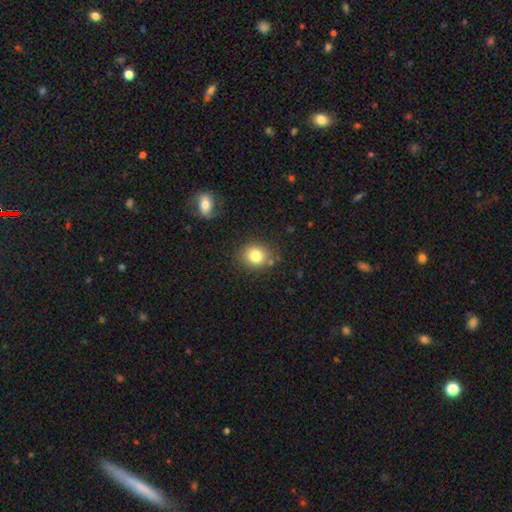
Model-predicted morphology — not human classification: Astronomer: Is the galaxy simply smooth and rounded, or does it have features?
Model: smooth — 81%.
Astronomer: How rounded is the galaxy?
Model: round — 78%.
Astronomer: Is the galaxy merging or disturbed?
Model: none — 81%.